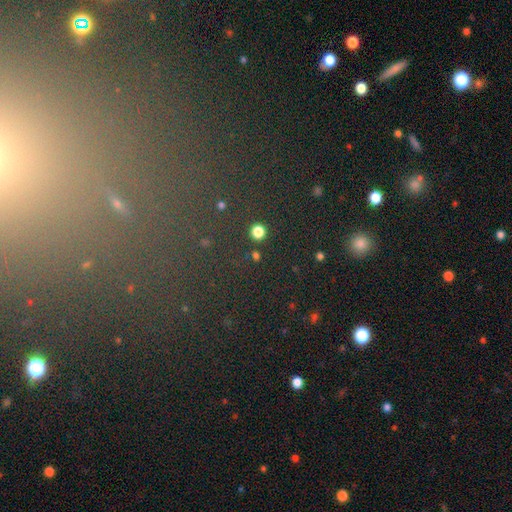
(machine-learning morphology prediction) type=smooth (48%); merging=none (87%).